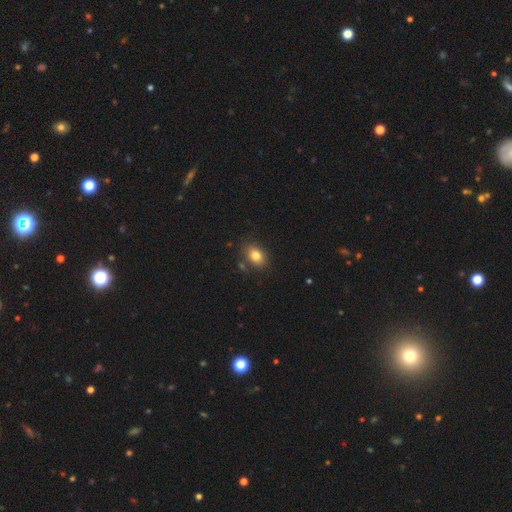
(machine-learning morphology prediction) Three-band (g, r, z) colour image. It shows a smooth galaxy with no disk features (81%) that is in between round and cigar-shaped (70%). Merging: none (79%).